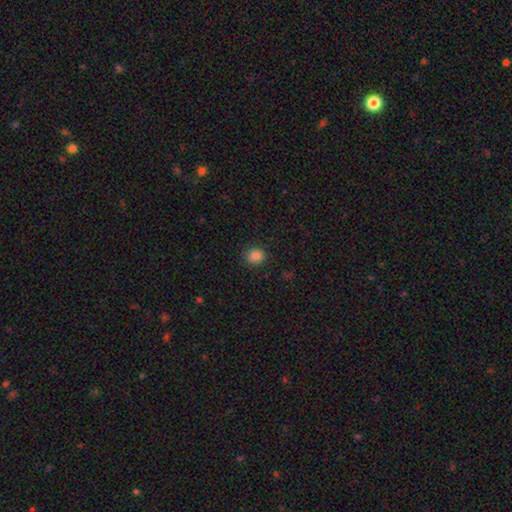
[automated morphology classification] smooth_or_featured: smooth (p=0.85) [alt: star or artifact p=0.11]
how_rounded: round (p=0.75) [alt: in between p=0.24]
merging: none (p=0.88) [alt: minor disturbance p=0.08]